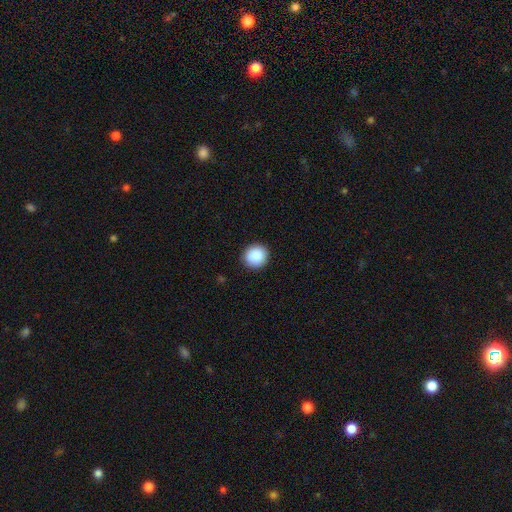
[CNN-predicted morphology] smooth_or_featured: smooth (p=0.89) [alt: star or artifact p=0.08]
how_rounded: round (p=0.90) [alt: in between p=0.09]
merging: none (p=0.91) [alt: minor disturbance p=0.06]